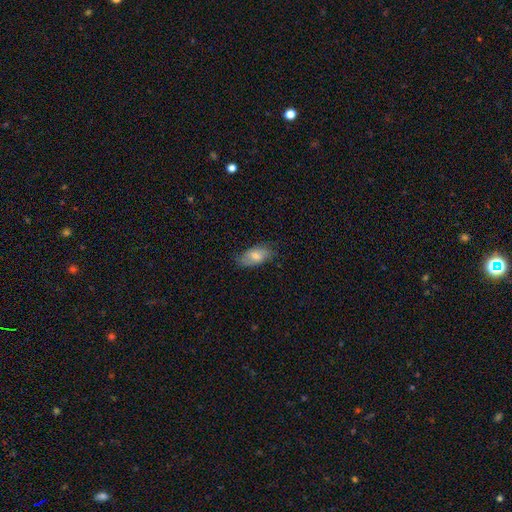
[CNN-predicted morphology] smooth-or-featured: smooth: 61% | featured or disk: 31% | star or artifact: 8%
  how-rounded: in between: 89% | cigar-shaped: 7% | round: 4%
  merging: none: 74% | minor disturbance: 20% | major disturbance: 5% | merger: 1%